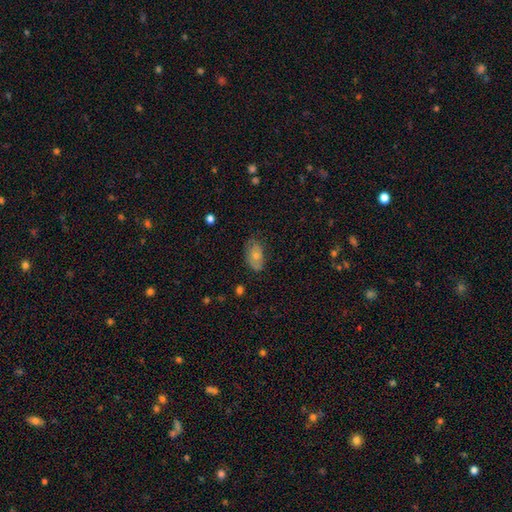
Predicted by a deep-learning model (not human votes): Smooth or featured? smooth (69%)
How rounded? in between (91%)
Merging? none (69%)